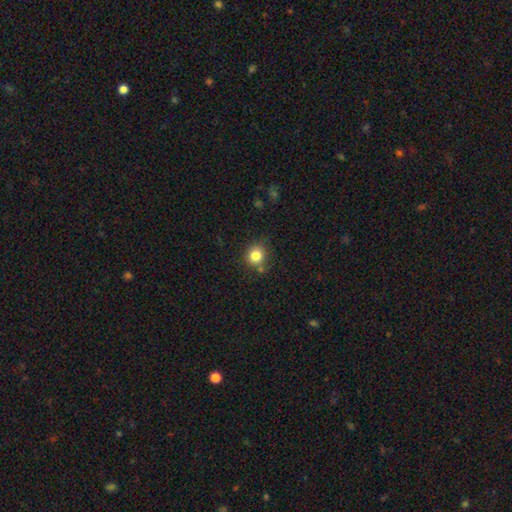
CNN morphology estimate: Smooth or featured? smooth (82%)
How rounded? round (85%)
Merging? none (78%)